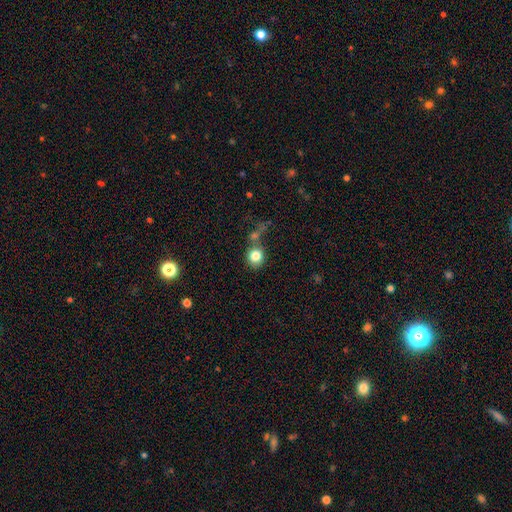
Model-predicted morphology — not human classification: The model was most divided on "merging": none: 51%, merger: 24%, minor disturbance: 14%, major disturbance: 11%. More confident: smooth or featured — smooth (82%); how rounded — round (82%).